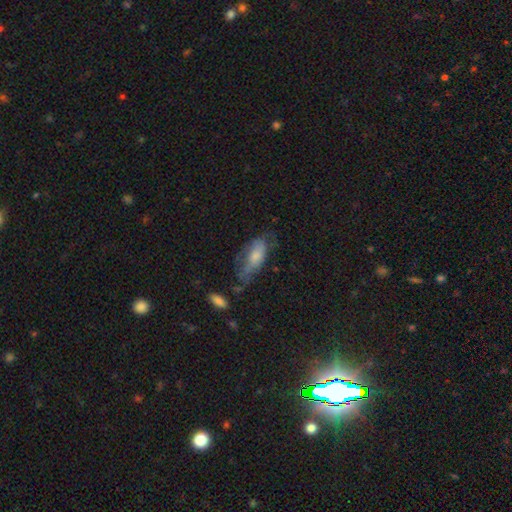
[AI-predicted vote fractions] Smooth or featured: smooth — 56% (featured or disk — 34%)
How rounded: in between — 74% (cigar-shaped — 23%)
Merging: none — 40% (minor disturbance — 32%)